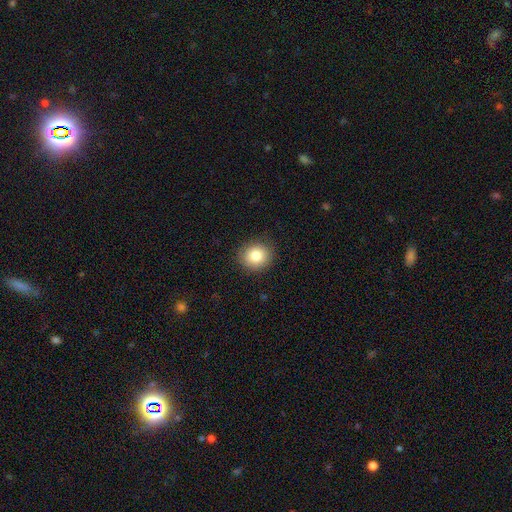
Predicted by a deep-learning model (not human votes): Smooth or featured?
  - smooth: 82% *
  - star or artifact: 9%
  - featured or disk: 9%
How rounded?
  - round: 82% *
  - in between: 17%
  - cigar-shaped: 1%
Merging?
  - none: 89% *
  - minor disturbance: 8%
  - major disturbance: 2%
  - merger: 1%